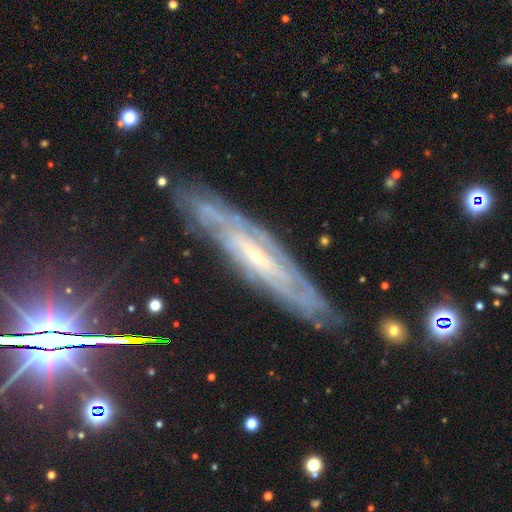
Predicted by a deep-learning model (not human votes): Morphology: type=featured or disk (80%); edge-on=no (59%); merging=none (80%).